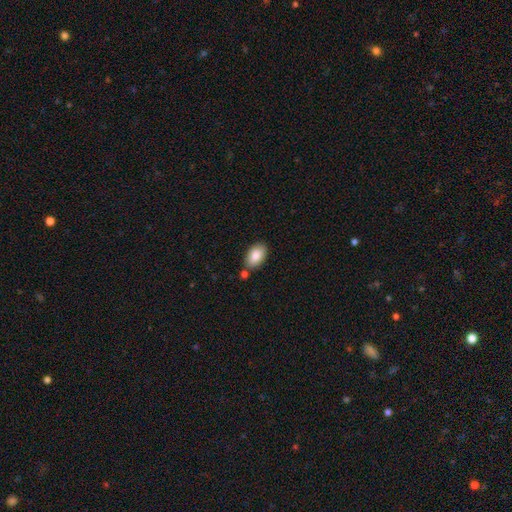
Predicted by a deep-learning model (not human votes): Q: Smooth or featured?
A: smooth (87%); runner-up: featured or disk (7%)
Q: How rounded?
A: in between (93%); runner-up: round (6%)
Q: Merging?
A: none (75%); runner-up: minor disturbance (13%)